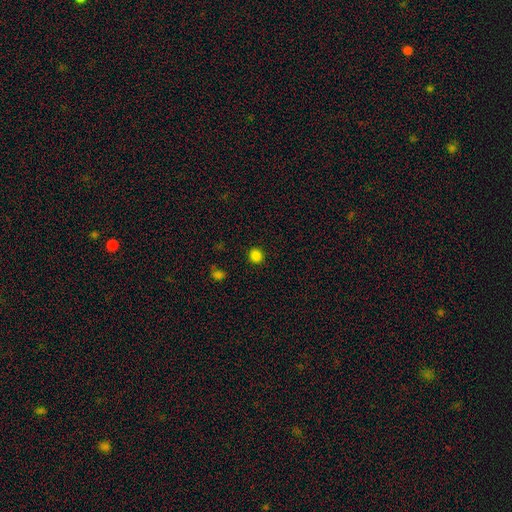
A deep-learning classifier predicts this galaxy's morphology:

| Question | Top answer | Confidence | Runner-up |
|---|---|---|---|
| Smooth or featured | smooth | 84% | star or artifact (13%) |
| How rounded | round | 89% | in between (10%) |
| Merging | none | 91% | minor disturbance (5%) |